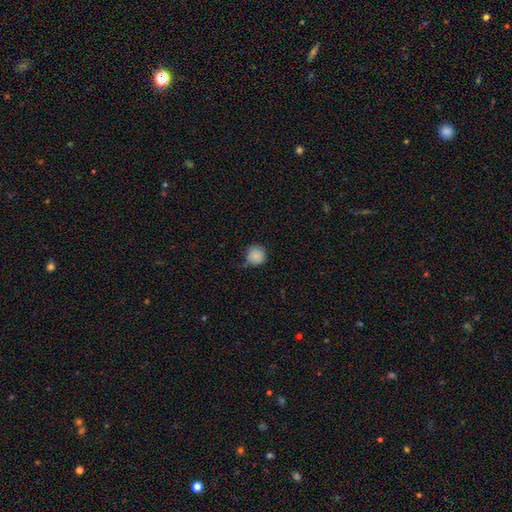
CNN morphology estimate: Smooth or featured?
  - smooth: 86% *
  - star or artifact: 9%
  - featured or disk: 4%
How rounded?
  - round: 92% *
  - in between: 7%
  - cigar-shaped: 1%
Merging?
  - none: 69% *
  - minor disturbance: 24%
  - major disturbance: 4%
  - merger: 3%